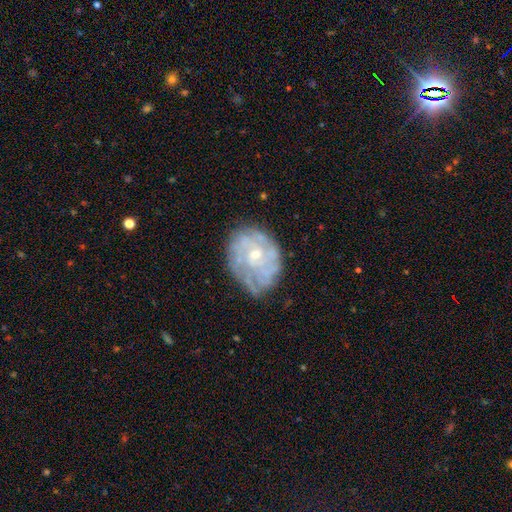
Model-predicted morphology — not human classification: This is likely a featured or disk galaxy (71%). It is clearly not viewed edge-on (97%). Bar: likely no (77%). Spiral arm pattern: likely yes (66%). Central bulge: possibly small (57%). Merging: likely none (62%).